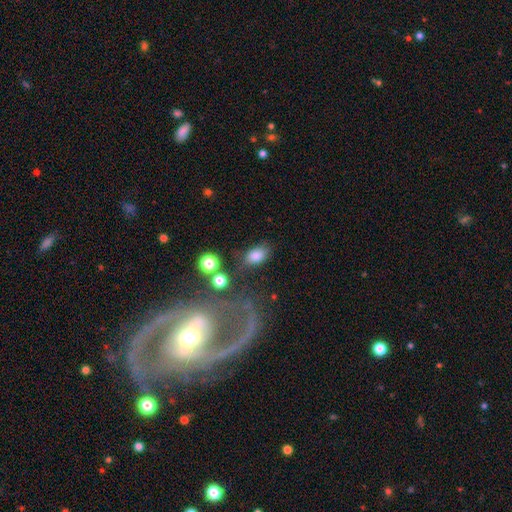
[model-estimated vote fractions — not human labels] Smooth or featured? Predicted: smooth (p=0.81). How rounded? Predicted: in between (p=0.87). Merging? Predicted: none (p=0.69).